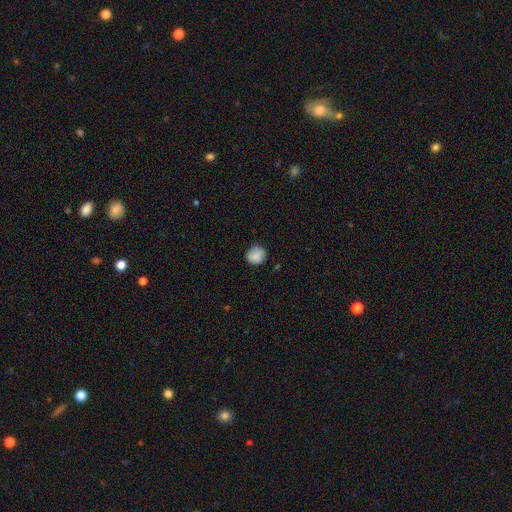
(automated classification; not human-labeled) Overall: smooth (80%). How rounded: round (78%). Merging: none (67%).